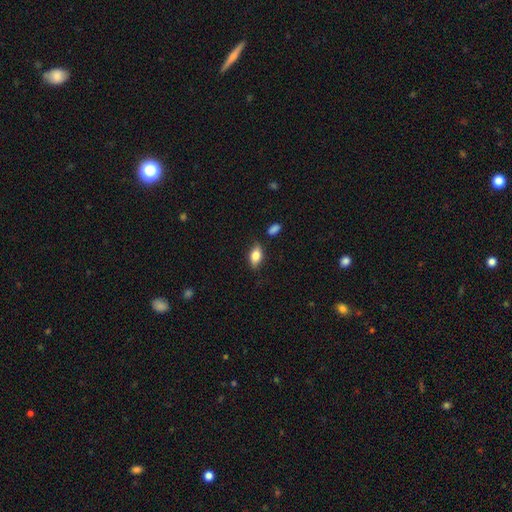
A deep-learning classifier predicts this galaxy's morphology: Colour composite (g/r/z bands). It shows a smooth galaxy with no disk features (77%) that is in between round and cigar-shaped (88%). Merging: none (78%).